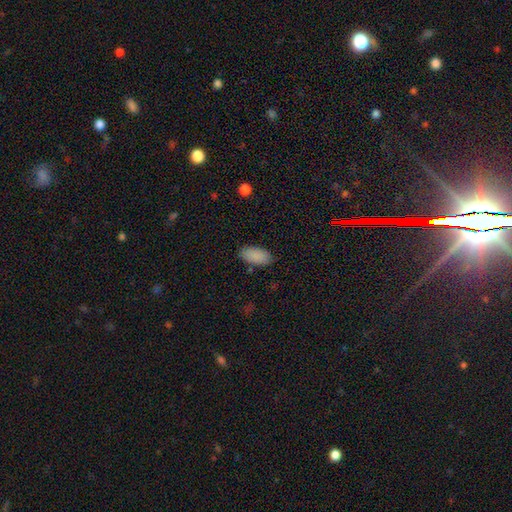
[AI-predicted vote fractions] Overall: smooth (89%). How rounded: in between (93%). Merging: none (85%).